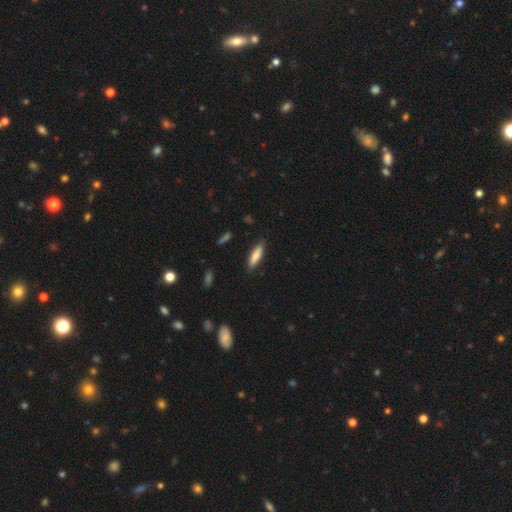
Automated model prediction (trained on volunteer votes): The model was most divided on "how rounded": cigar-shaped: 67%, in between: 32%, round: 1%. More confident: merging — none (84%); smooth or featured — smooth (81%).